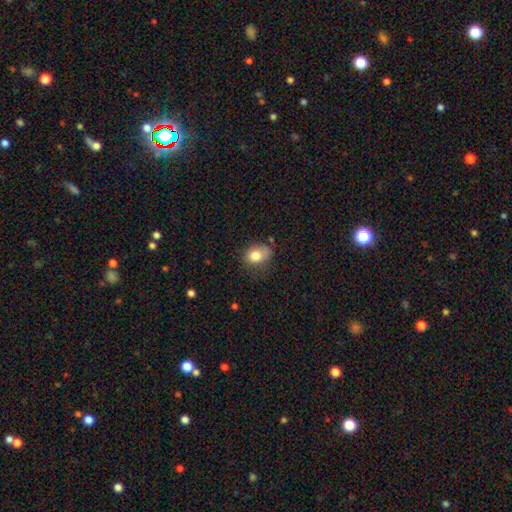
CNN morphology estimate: Smooth or featured? smooth (80%)
How rounded? in between (59%)
Merging? none (55%)